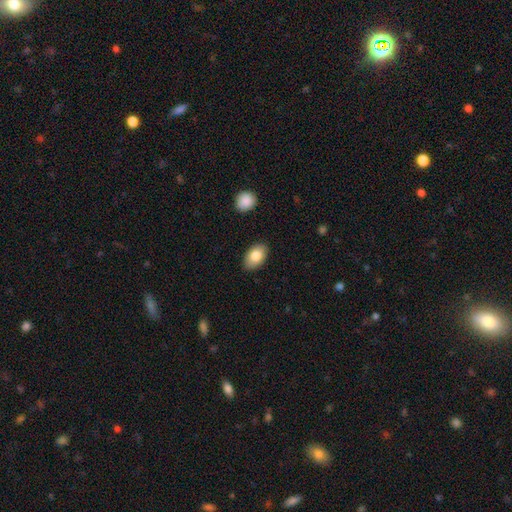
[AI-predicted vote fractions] smooth 82%, featured or disk 11%, star or artifact 7%. Down the decision tree: how rounded — in between (91%); merging — none (86%).